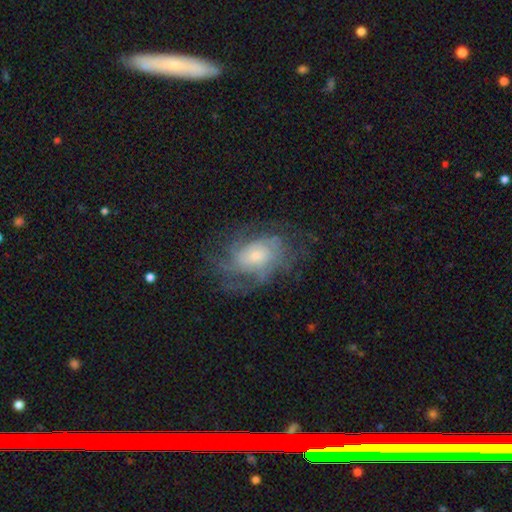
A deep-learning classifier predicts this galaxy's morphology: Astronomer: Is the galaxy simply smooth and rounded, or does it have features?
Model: featured or disk — 74%.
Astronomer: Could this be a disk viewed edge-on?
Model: no — 96%.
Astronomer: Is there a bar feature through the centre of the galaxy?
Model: no — 75%.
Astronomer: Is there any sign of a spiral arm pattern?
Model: yes — 88%.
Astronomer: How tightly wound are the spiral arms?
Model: tight — 48% (runner-up: medium, 36%).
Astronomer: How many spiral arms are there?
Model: can't tell — 47%.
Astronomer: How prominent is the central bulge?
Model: small — 55% (runner-up: moderate, 33%).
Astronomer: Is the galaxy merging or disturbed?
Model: none — 63%.